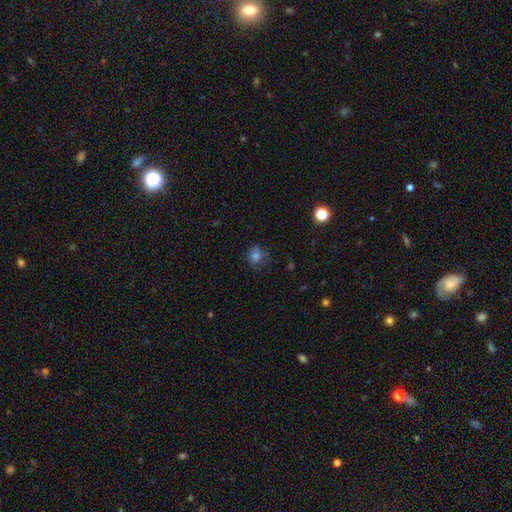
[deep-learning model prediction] The model was most divided on "merging": none: 72%, minor disturbance: 20%, major disturbance: 7%, merger: 1%. More confident: how rounded — round (77%); smooth or featured — smooth (75%).